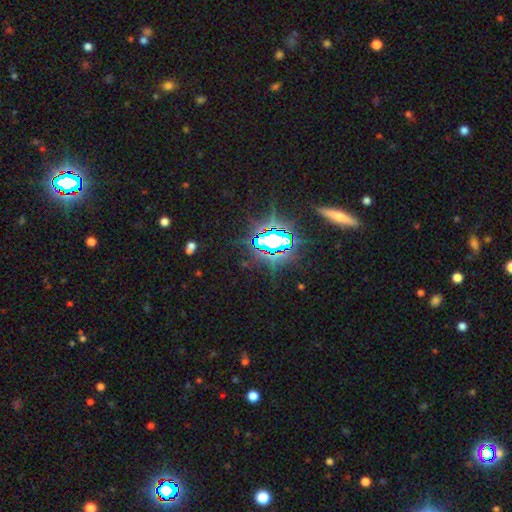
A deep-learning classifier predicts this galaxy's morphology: This appears to be a star or artifact, not a galaxy (80%).